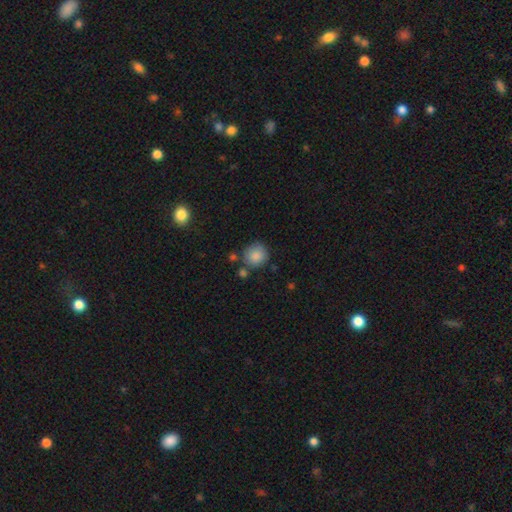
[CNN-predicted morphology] The model was most divided on "merging": none: 71%, minor disturbance: 15%, merger: 10%, major disturbance: 4%. More confident: how rounded — round (88%); smooth or featured — smooth (86%).